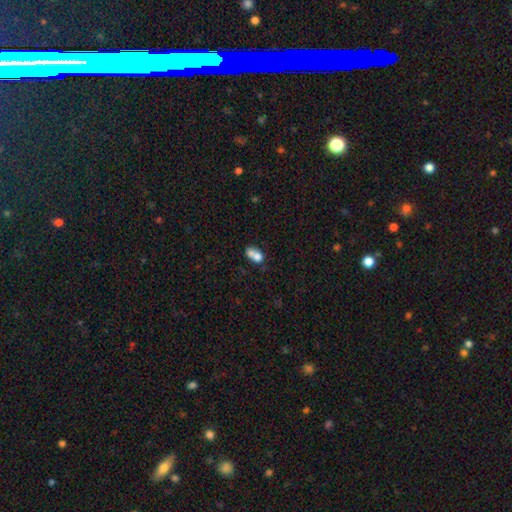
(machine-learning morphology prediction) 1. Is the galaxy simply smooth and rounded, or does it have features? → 70% smooth, 20% featured or disk, 10% star or artifact.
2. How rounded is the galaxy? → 63% in between, 35% round, 2% cigar-shaped.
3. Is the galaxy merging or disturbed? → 62% merger, 22% none, 10% minor disturbance, 6% major disturbance.